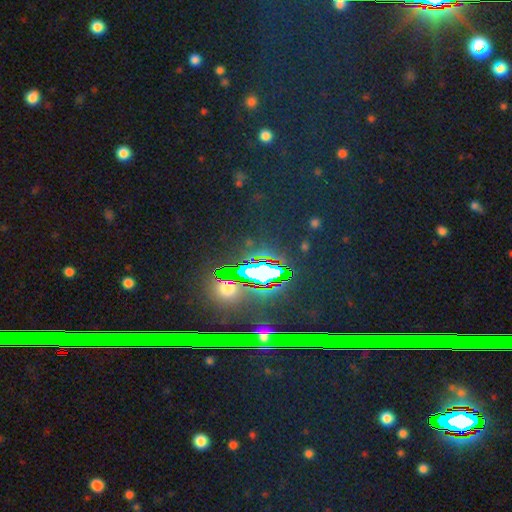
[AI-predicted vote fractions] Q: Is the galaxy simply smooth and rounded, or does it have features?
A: star or artifact — 79%.